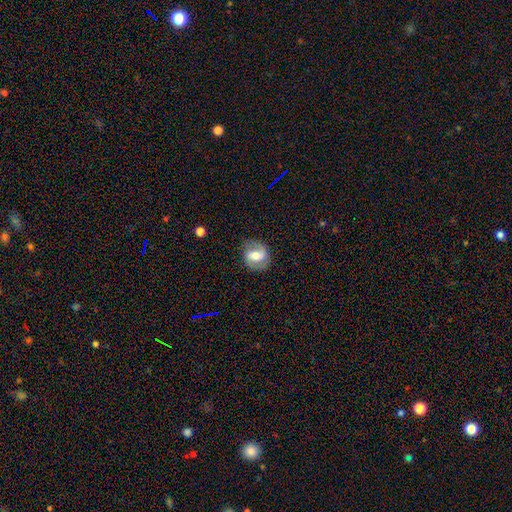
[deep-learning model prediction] A featured or disk galaxy (60%) with a weak bar (42%), spiral arms (78%) and a moderate central bulge (64%). Merging: none (79%).